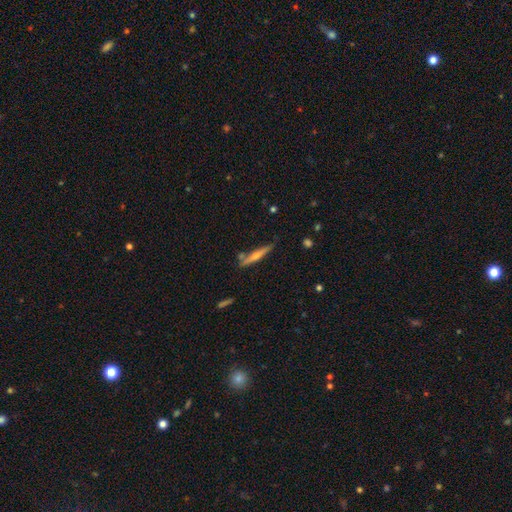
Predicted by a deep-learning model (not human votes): A featured or disk galaxy (61%) viewed edge-on (96%) with a rounded central bulge (78%).

Vote fractions:
- Smooth or featured? featured or disk: 61% / smooth: 32% / star or artifact: 7%
- Edge-on disk? yes: 96% / no: 4%
- Edge-on bulge? rounded: 78% / none: 16% / boxy: 6%
- Merging? none: 80% / minor disturbance: 13% / merger: 5% / major disturbance: 2%